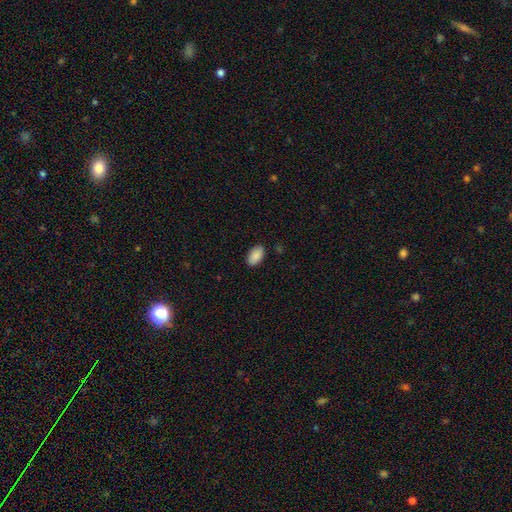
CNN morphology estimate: smooth-or-featured: smooth: 90% | star or artifact: 7% | featured or disk: 4%
  how-rounded: in between: 94% | round: 4% | cigar-shaped: 2%
  merging: none: 87% | minor disturbance: 9% | major disturbance: 2% | merger: 1%